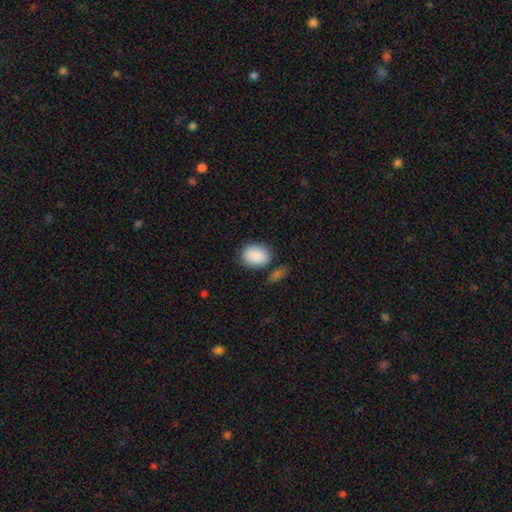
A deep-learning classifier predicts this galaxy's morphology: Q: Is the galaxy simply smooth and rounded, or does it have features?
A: smooth — 89%.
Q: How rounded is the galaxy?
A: in between — 70%.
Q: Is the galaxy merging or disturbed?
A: none — 71%.